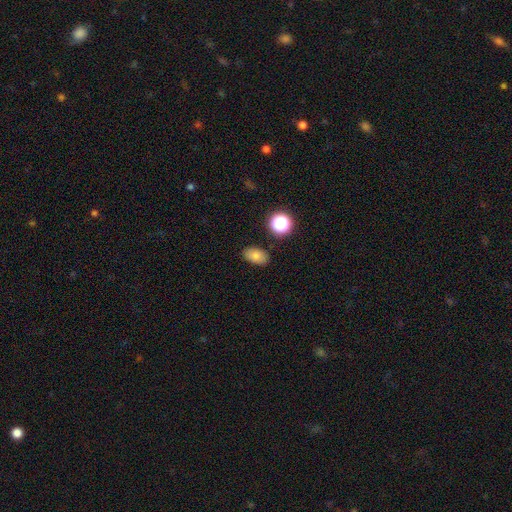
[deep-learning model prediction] Smooth or featured? Predicted: smooth (p=0.79). How rounded? Predicted: in between (p=0.87). Merging? Predicted: none (p=0.85).